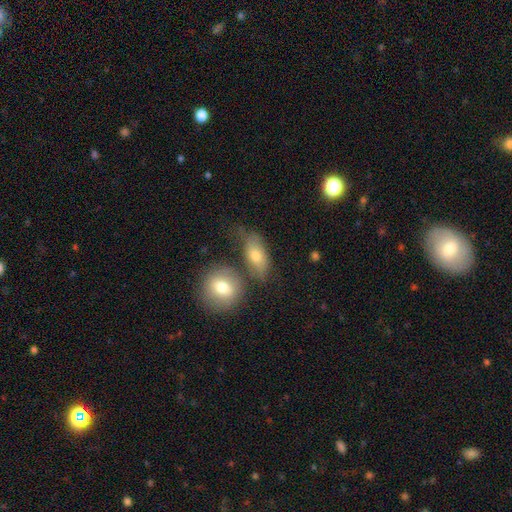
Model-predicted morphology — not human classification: Smooth or featured? smooth (71%)
How rounded? in between (79%)
Merging? none (53%)